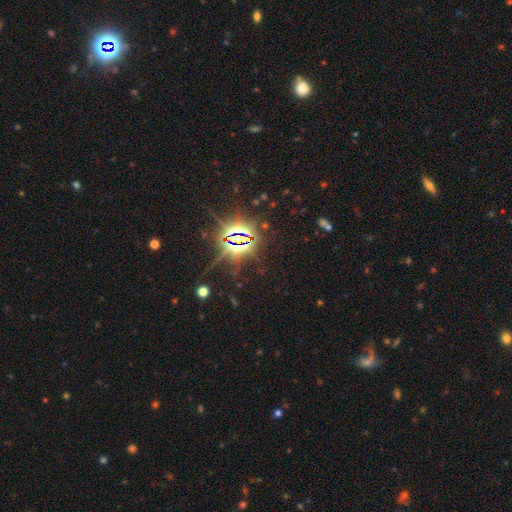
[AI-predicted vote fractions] This is clearly a star or artifact rather than a galaxy (86%).